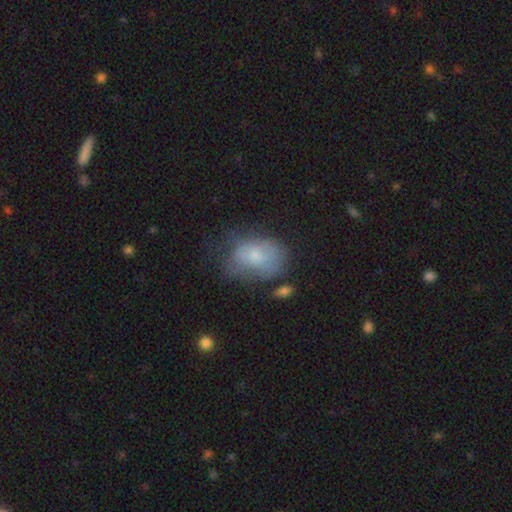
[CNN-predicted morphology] smooth 60%, featured or disk 31%, star or artifact 9%. Down the decision tree: how rounded — in between (76%); merging — none (39%).